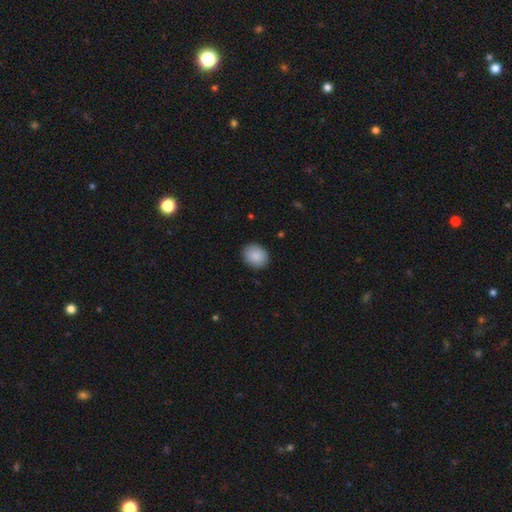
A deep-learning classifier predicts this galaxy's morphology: Smooth or featured? Predicted: smooth (p=0.88). How rounded? Predicted: round (p=0.60). Merging? Predicted: none (p=0.90).